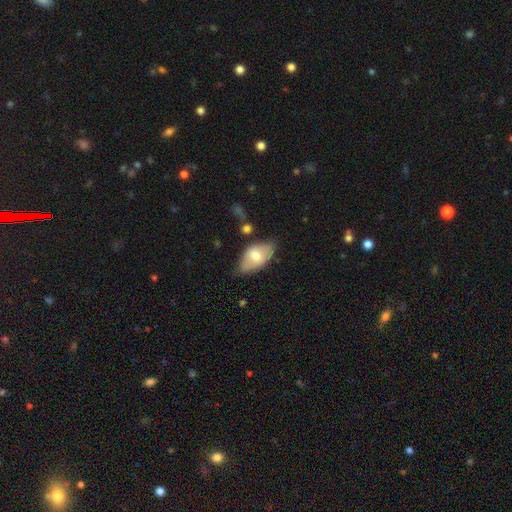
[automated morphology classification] type=smooth (65%); roundness=in between (93%); merging=none (59%).